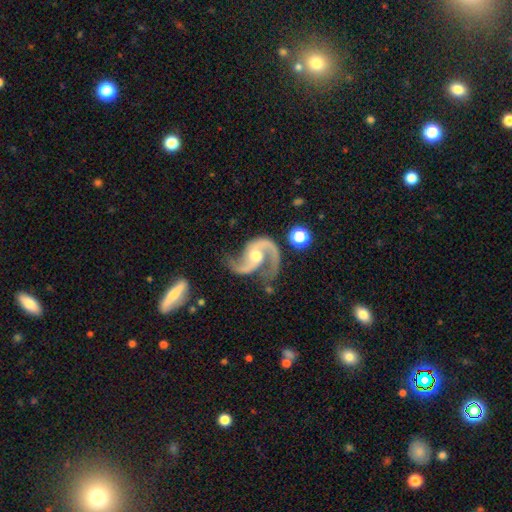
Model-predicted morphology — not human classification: The model was most divided on "bar": no: 51%, weak: 34%, strong: 14%. More confident: spiral arms — yes (98%); edge-on disk — no (98%); smooth or featured — featured or disk (93%); spiral arm count — 2 (93%); bulge size — moderate (67%); merging — none (66%); spiral winding — medium (55%).